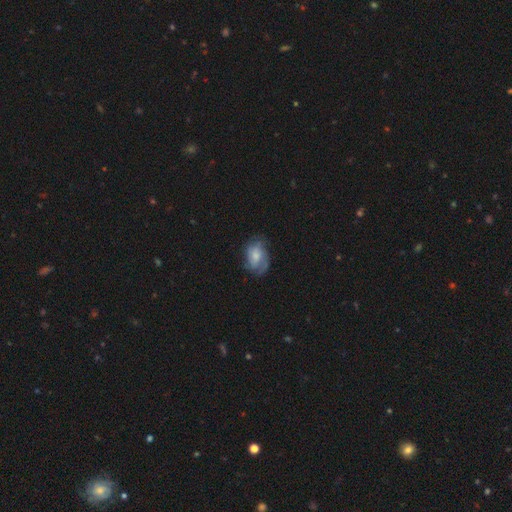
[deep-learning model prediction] A featured or disk galaxy (55%) with no bar (66%), spiral arms (83%) and a small central bulge (42%).

Vote fractions:
- Smooth or featured? featured or disk: 55% / smooth: 37% / star or artifact: 8%
- Edge-on disk? no: 97% / yes: 3%
- Bar? no: 66% / weak: 29% / strong: 5%
- Spiral arms? yes: 83% / no: 17%
- Bulge size? small: 42% / moderate: 40% / none: 9% / large: 8% / dominant: 2%
- Merging? none: 60% / minor disturbance: 25% / major disturbance: 14% / merger: 1%